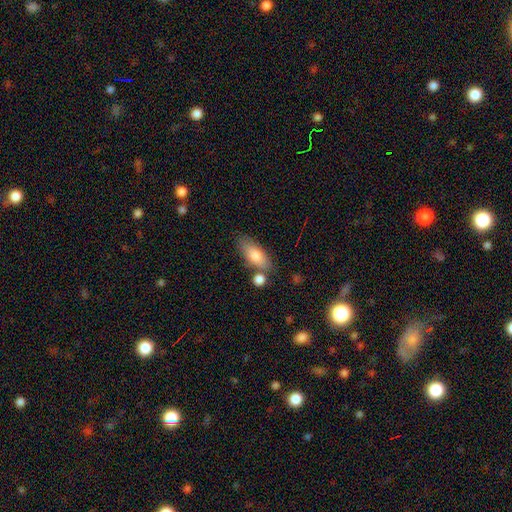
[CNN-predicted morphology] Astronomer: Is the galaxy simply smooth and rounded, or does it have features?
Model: smooth — 78%.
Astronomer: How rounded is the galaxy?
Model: in between — 76%.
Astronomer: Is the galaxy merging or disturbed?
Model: none — 66%.